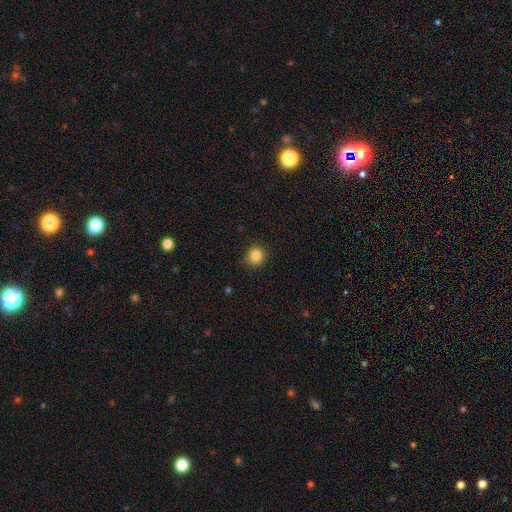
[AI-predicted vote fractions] Smooth or featured? smooth (86%)
How rounded? round (87%)
Merging? none (86%)